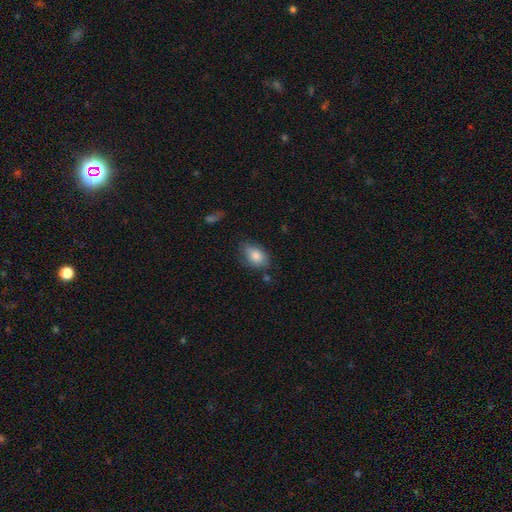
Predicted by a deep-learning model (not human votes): Smooth or featured? smooth (81%)
How rounded? in between (87%)
Merging? none (65%)